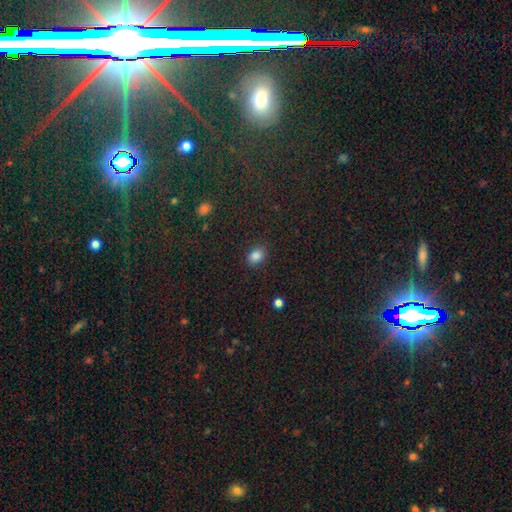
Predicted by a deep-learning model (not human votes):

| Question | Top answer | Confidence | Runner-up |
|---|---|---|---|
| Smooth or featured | smooth | 84% | star or artifact (11%) |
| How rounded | in between | 70% | round (29%) |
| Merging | none | 84% | minor disturbance (11%) |